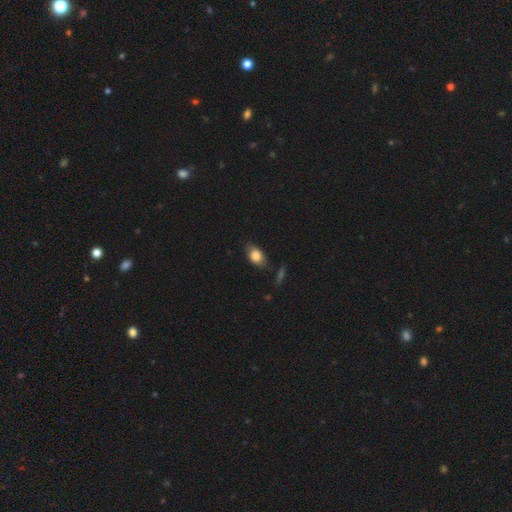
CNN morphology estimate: Smooth or featured: smooth — 80% (featured or disk — 12%)
How rounded: in between — 85% (round — 12%)
Merging: none — 75% (minor disturbance — 18%)